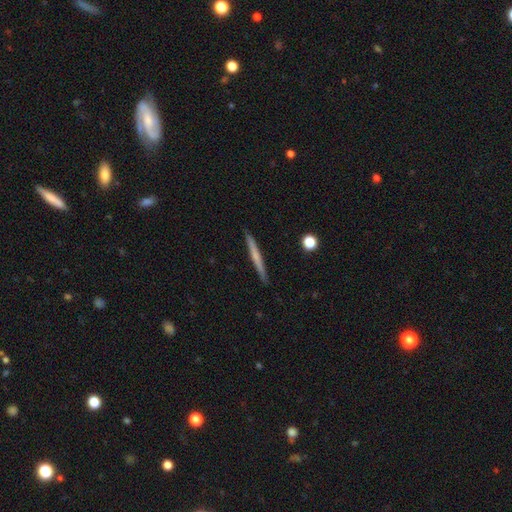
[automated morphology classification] This is possibly a smooth galaxy (50%). How rounded: clearly cigar-shaped (96%). Merging: clearly none (92%).